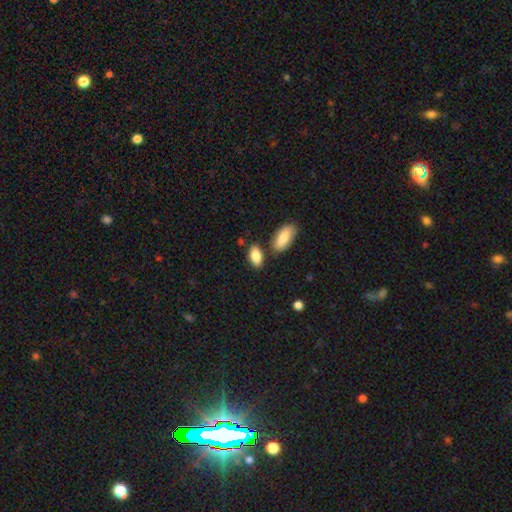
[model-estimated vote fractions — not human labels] Smooth or featured? Predicted: smooth (p=0.86). How rounded? Predicted: in between (p=0.91). Merging? Predicted: none (p=0.74).